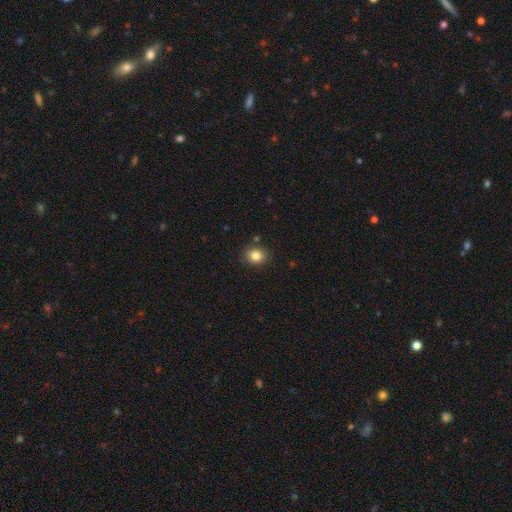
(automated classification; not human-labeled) smooth-or-featured: smooth: 83% | star or artifact: 11% | featured or disk: 6%
  how-rounded: round: 69% | in between: 30% | cigar-shaped: 1%
  merging: none: 87% | minor disturbance: 8% | merger: 3% | major disturbance: 2%